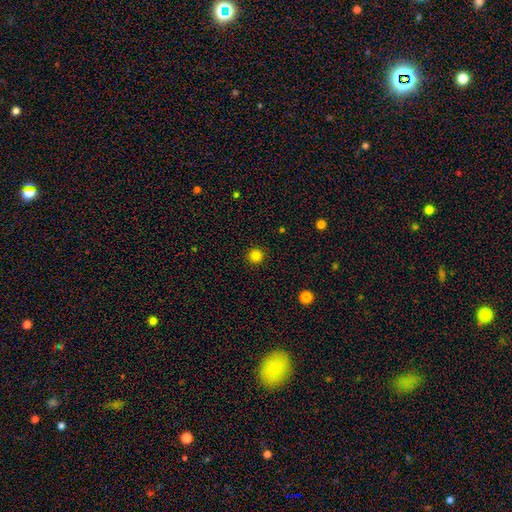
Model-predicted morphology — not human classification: Q: Smooth or featured?
A: smooth (84%); runner-up: star or artifact (13%)
Q: How rounded?
A: round (96%); runner-up: in between (4%)
Q: Merging?
A: none (93%); runner-up: minor disturbance (5%)